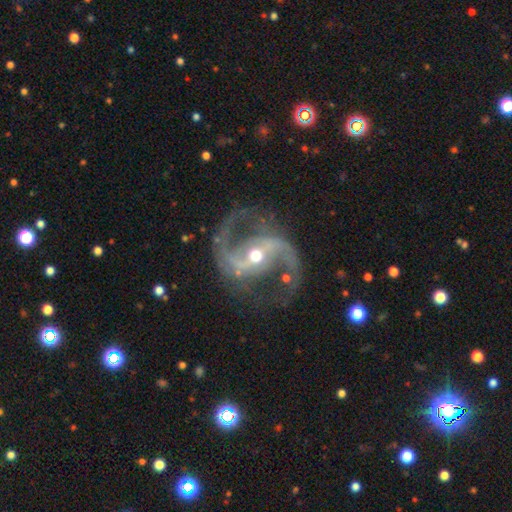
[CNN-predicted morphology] featured or disk 92%, star or artifact 5%, smooth 2%. Down the decision tree: edge-on disk — no (98%); bar — strong (46%); spiral arms — yes (98%); spiral arm count — 2 (94%); spiral winding — medium (55%); bulge size — moderate (62%); merging — none (78%).